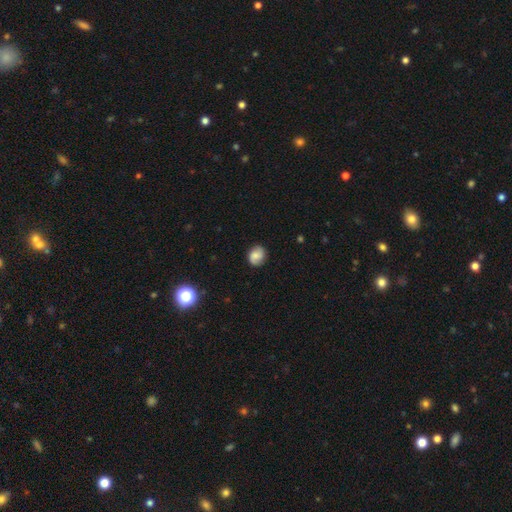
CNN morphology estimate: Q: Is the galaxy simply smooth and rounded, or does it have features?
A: smooth — 69%.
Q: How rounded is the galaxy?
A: round — 61%.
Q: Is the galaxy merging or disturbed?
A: none — 82%.